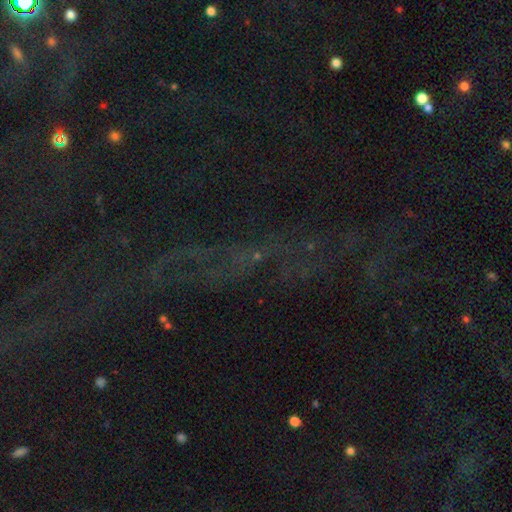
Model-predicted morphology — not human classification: A star or artifact, not a galaxy (70%).